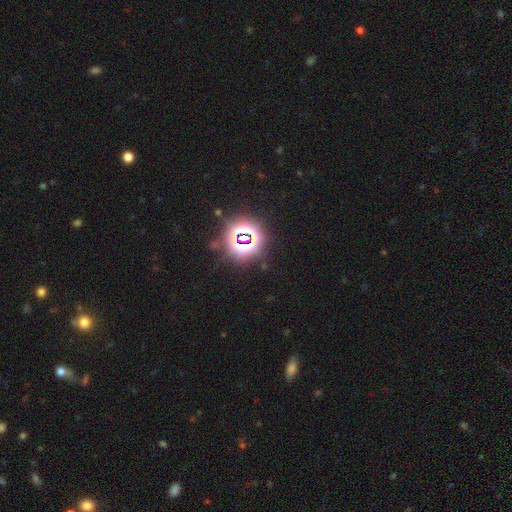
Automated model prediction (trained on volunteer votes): The model was most divided on "smooth or featured": star or artifact: 78%, smooth: 14%, featured or disk: 8%.